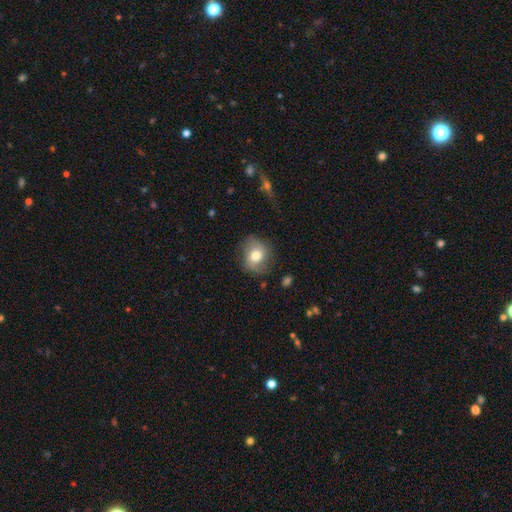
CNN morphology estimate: This appears to be a smooth galaxy with no disk features (68%) that is round (66%). Merging: none (72%).